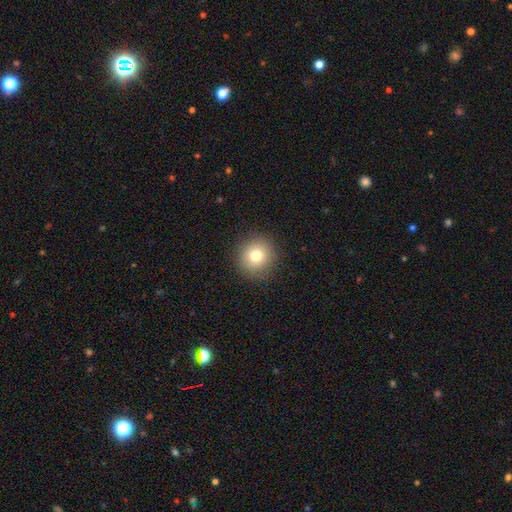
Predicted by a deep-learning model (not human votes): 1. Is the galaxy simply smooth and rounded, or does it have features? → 79% smooth, 12% star or artifact, 10% featured or disk.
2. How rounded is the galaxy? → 92% round, 7% in between, 1% cigar-shaped.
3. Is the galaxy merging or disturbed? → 91% none, 6% minor disturbance, 2% major disturbance, 1% merger.